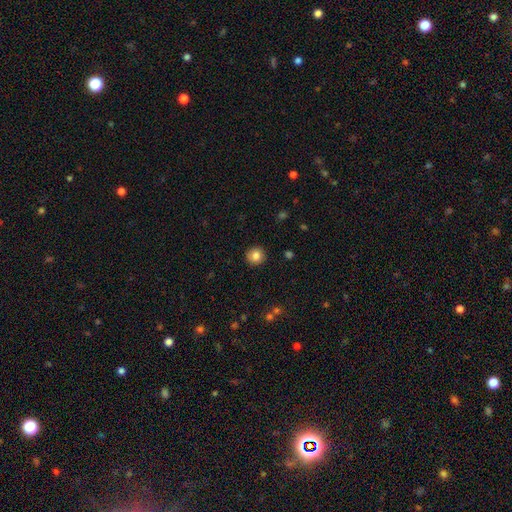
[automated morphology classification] Q: Smooth or featured?
A: smooth (84%); runner-up: star or artifact (9%)
Q: How rounded?
A: round (93%); runner-up: in between (6%)
Q: Merging?
A: none (92%); runner-up: minor disturbance (6%)